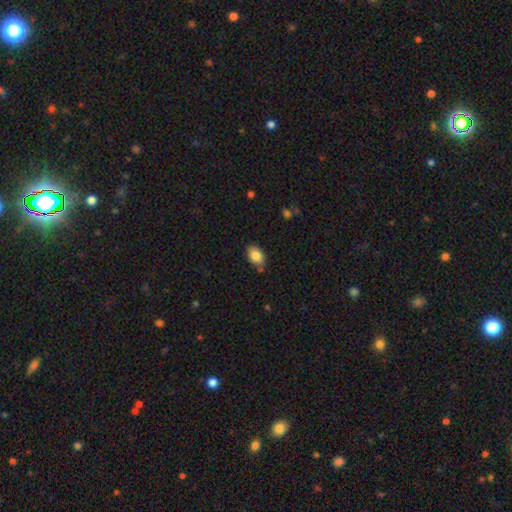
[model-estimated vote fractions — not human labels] Morphology: type=smooth (85%); roundness=in between (88%); merging=none (77%).